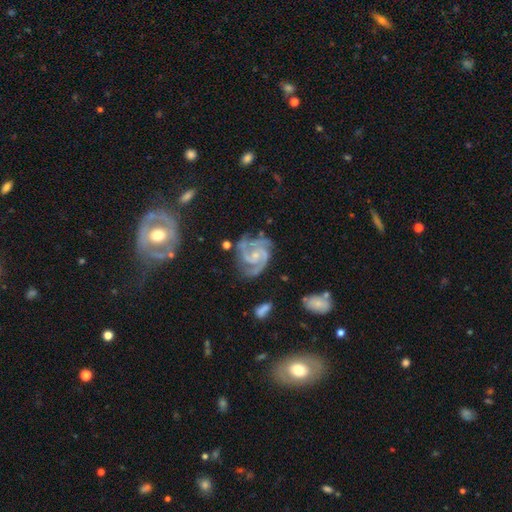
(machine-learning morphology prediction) Overall: featured or disk (92%). Edge-on disk: no (98%). Bar: no (57%; weak 35%). Spiral arms: yes (98%). Spiral arm count: 2 (48%; 3 36%). Spiral winding: medium (48%; tight 46%). Bulge size: small (68%). Merging: none (63%; minor disturbance 23%).